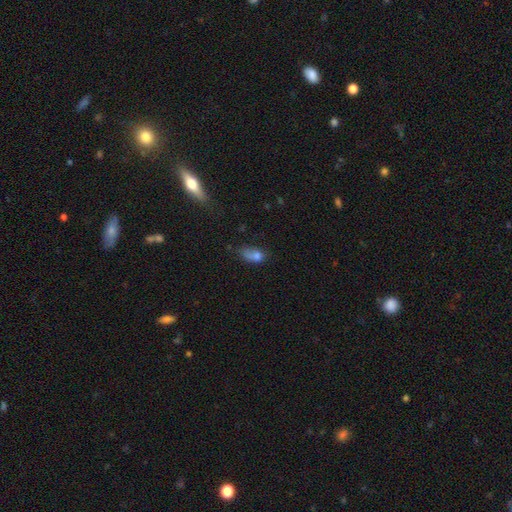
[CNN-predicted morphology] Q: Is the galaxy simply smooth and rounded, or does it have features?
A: smooth — 72%.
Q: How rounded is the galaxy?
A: in between — 80%.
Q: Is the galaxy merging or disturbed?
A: minor disturbance — 30%, tied with major disturbance.